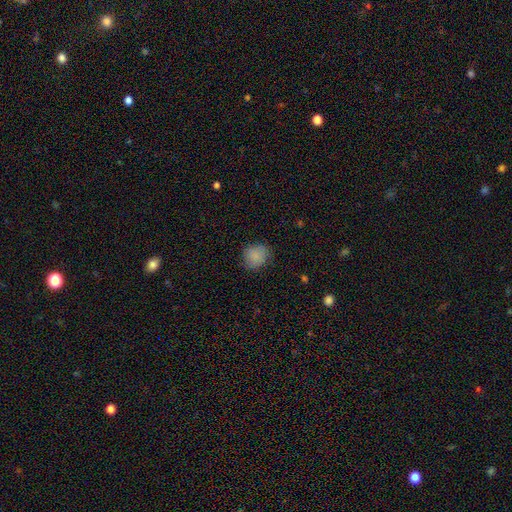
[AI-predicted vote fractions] Smooth or featured?
  - smooth: 84% *
  - star or artifact: 8%
  - featured or disk: 7%
How rounded?
  - round: 75% *
  - in between: 24%
  - cigar-shaped: 1%
Merging?
  - none: 76% *
  - minor disturbance: 19%
  - major disturbance: 4%
  - merger: 1%